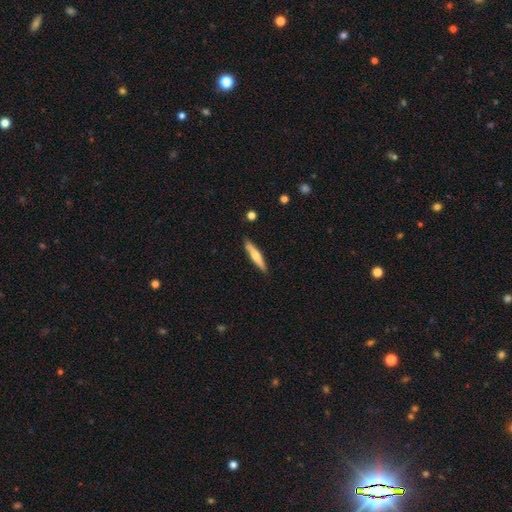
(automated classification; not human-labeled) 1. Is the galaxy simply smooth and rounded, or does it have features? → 56% smooth, 39% featured or disk, 5% star or artifact.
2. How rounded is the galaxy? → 90% cigar-shaped, 8% in between, 1% round.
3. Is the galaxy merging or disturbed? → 88% none, 9% minor disturbance, 2% merger, 2% major disturbance.